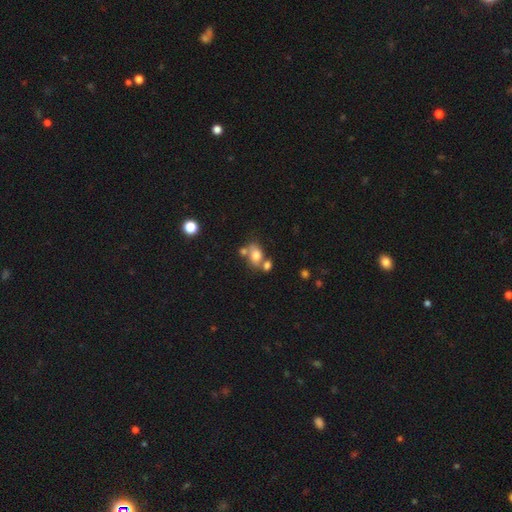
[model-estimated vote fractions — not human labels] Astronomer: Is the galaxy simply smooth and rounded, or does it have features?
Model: smooth — 73%.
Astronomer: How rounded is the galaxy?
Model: in between — 70%.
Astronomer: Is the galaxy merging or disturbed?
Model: none — 45% (runner-up: merger, 35%).